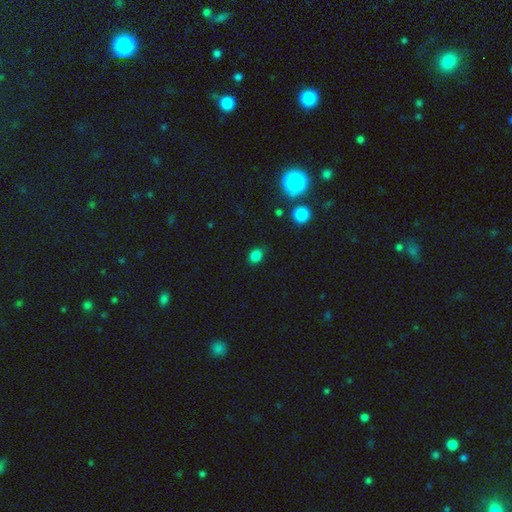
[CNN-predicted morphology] Smooth or featured? Predicted: smooth (p=0.81). How rounded? Predicted: round (p=0.50). Merging? Predicted: none (p=0.82).